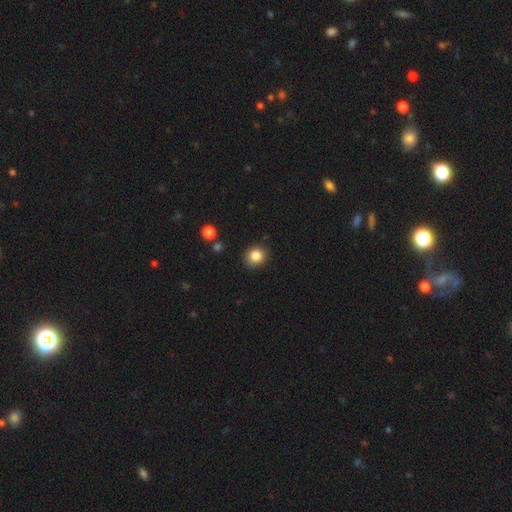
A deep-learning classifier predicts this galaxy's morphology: The model was most divided on "how rounded": round: 80%, in between: 19%, cigar-shaped: 1%. More confident: merging — none (87%); smooth or featured — smooth (84%).